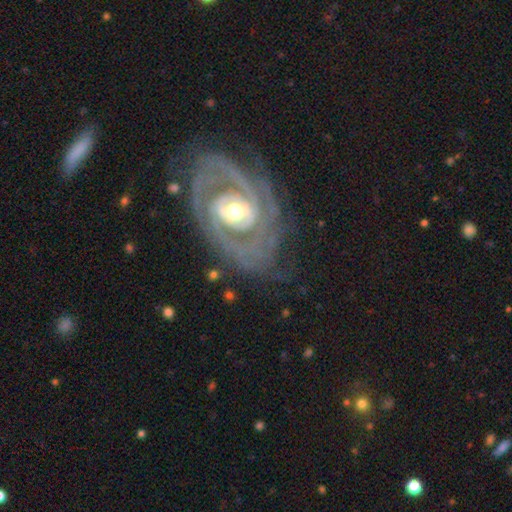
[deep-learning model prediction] Smooth or featured?
  - featured or disk: 90% *
  - smooth: 5%
  - star or artifact: 5%
Edge-on disk?
  - no: 96% *
  - yes: 4%
Bar?
  - no: 46% *
  - weak: 34%
  - strong: 20%
Spiral arms?
  - yes: 95% *
  - no: 5%
Spiral winding?
  - tight: 68% *
  - medium: 26%
  - loose: 6%
Spiral arm count?
  - 2: 47% *
  - can't tell: 19%
  - 3: 17%
  - 4: 6%
  - 1: 6%
  - more than 4: 5%
Bulge size?
  - moderate: 69% *
  - small: 19%
  - large: 10%
  - dominant: 1%
  - none: 1%
Merging?
  - none: 70% *
  - minor disturbance: 18%
  - major disturbance: 10%
  - merger: 2%